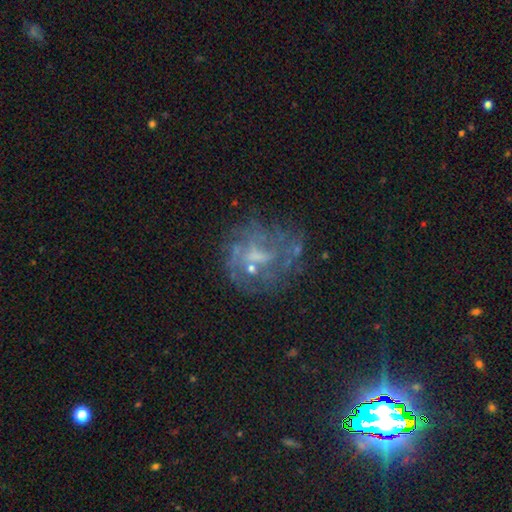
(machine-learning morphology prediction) Overall: featured or disk (63%). Edge-on disk: no (97%). Bar: no (58%; weak 34%). Spiral arms: no (60%; yes 40%). Bulge size: none (35%; small 34%). Merging: none (55%; major disturbance 22%).